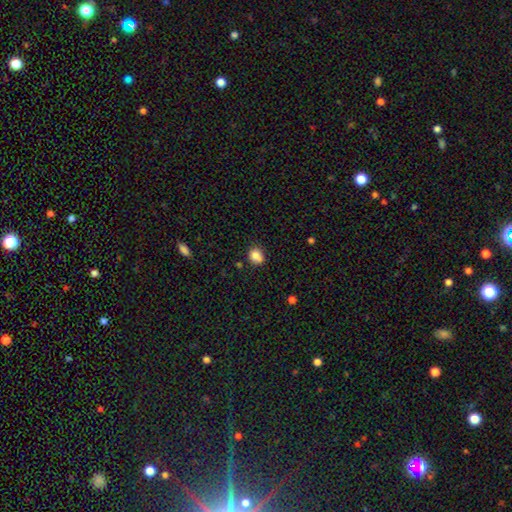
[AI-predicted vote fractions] This is clearly a smooth galaxy (82%). How rounded: likely round (63%). Merging: likely none (62%).